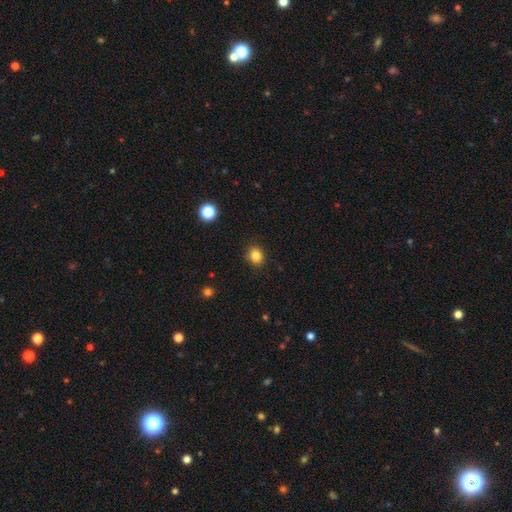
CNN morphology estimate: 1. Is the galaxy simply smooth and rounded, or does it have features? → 84% smooth, 11% star or artifact, 5% featured or disk.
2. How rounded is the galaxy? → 63% round, 36% in between, 1% cigar-shaped.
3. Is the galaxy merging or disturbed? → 87% none, 10% minor disturbance, 2% major disturbance, 1% merger.